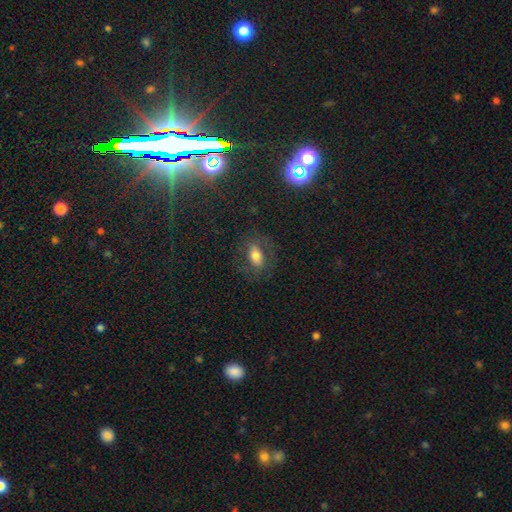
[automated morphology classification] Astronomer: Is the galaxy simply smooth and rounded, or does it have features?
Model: smooth — 63%.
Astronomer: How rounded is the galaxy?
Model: in between — 83%.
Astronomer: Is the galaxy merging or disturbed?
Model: none — 75%.